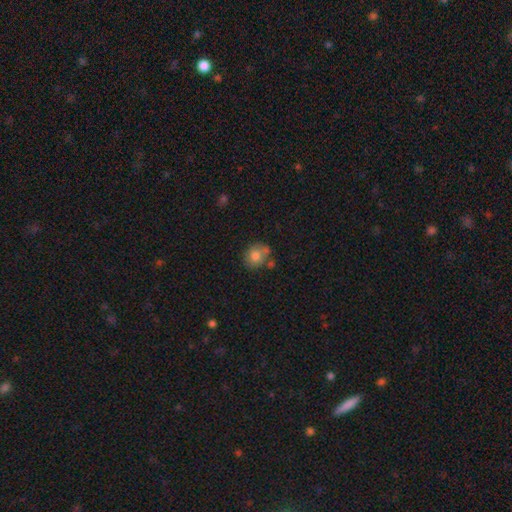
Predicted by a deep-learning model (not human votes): A smooth galaxy with no disk features (76%) that is round (69%).

Vote fractions:
- Smooth or featured? smooth: 76% / featured or disk: 14% / star or artifact: 9%
- How rounded? round: 69% / in between: 31% / cigar-shaped: 1%
- Merging? none: 59% / minor disturbance: 20% / merger: 15% / major disturbance: 6%